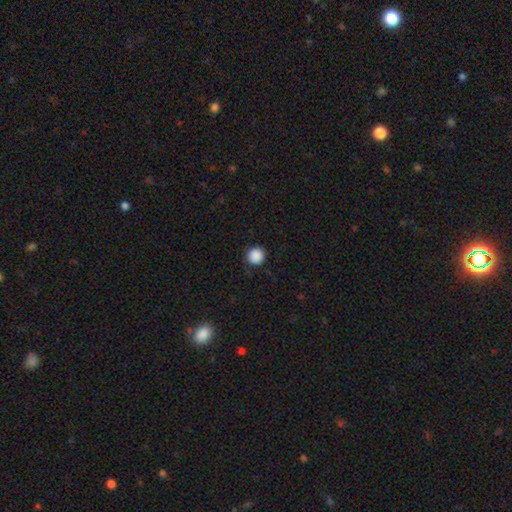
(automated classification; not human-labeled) This is clearly a smooth galaxy (88%). How rounded: clearly round (94%). Merging: clearly none (86%).